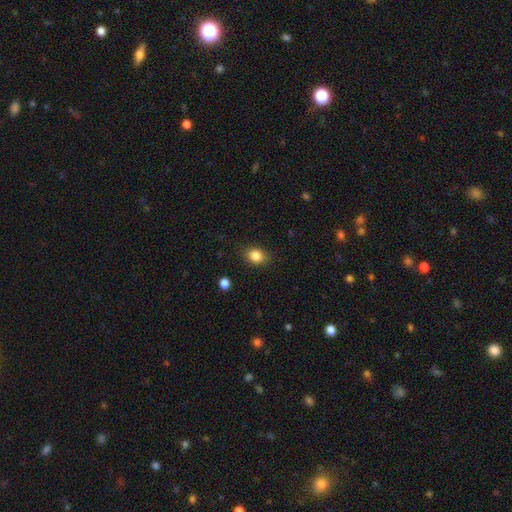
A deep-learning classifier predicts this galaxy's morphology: smooth-or-featured: smooth: 84% | star or artifact: 10% | featured or disk: 5%
  how-rounded: in between: 52% | round: 47% | cigar-shaped: 1%
  merging: none: 85% | minor disturbance: 11% | major disturbance: 3% | merger: 1%